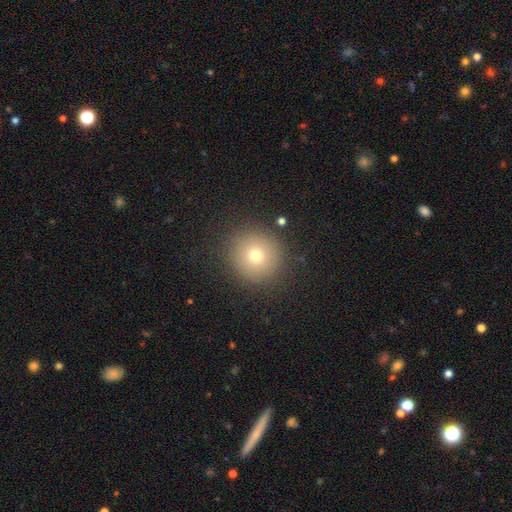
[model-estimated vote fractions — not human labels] Smooth or featured? smooth (71%)
How rounded? round (94%)
Merging? none (89%)